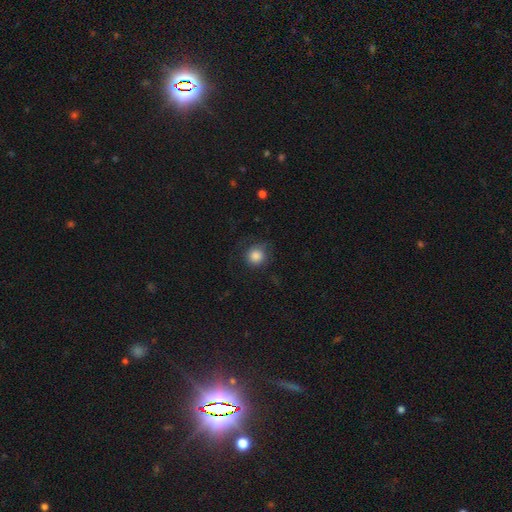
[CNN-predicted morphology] This appears to be a smooth galaxy with no disk features (84%) that is round (90%). Merging: none (73%).